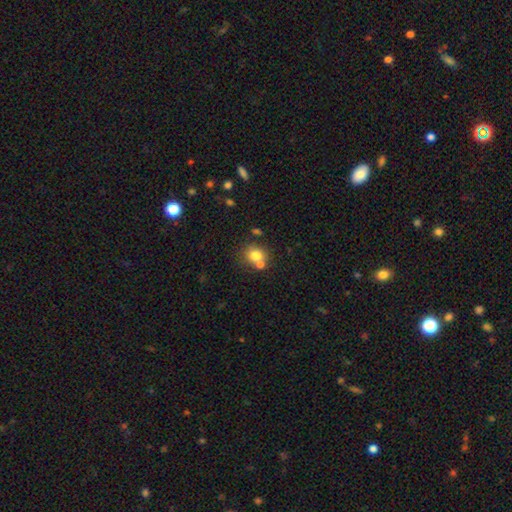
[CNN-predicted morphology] smooth-or-featured: smooth: 77% | star or artifact: 12% | featured or disk: 11%
  how-rounded: round: 72% | in between: 27% | cigar-shaped: 1%
  merging: none: 55% | merger: 31% | minor disturbance: 10% | major disturbance: 4%